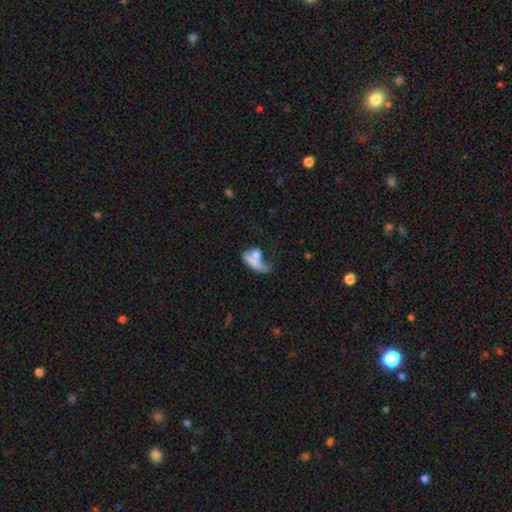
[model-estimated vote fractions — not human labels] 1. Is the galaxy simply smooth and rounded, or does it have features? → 58% smooth, 32% featured or disk, 10% star or artifact.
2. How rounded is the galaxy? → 61% in between, 24% cigar-shaped, 16% round.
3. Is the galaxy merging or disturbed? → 38% merger, 29% major disturbance, 21% none, 12% minor disturbance.